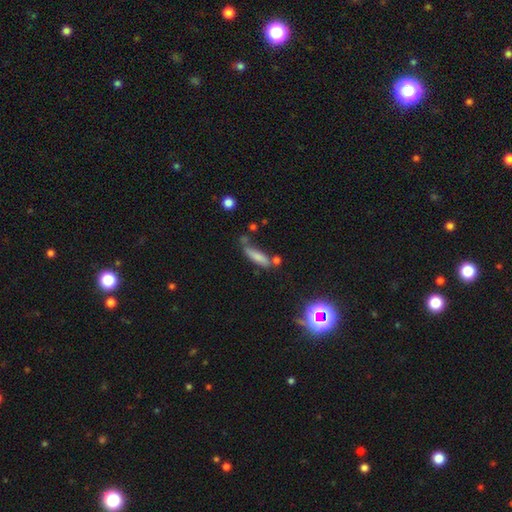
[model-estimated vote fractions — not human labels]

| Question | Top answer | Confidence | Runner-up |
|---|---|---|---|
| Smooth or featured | smooth | 67% | featured or disk (19%) |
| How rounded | cigar-shaped | 66% | in between (31%) |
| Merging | none | 52% | minor disturbance (24%) |